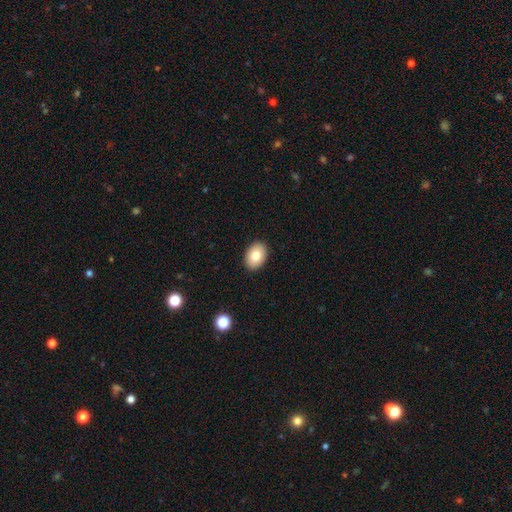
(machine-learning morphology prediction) smooth_or_featured: smooth (p=0.82) [alt: featured or disk p=0.10]
how_rounded: in between (p=0.81) [alt: round p=0.18]
merging: none (p=0.91) [alt: minor disturbance p=0.07]